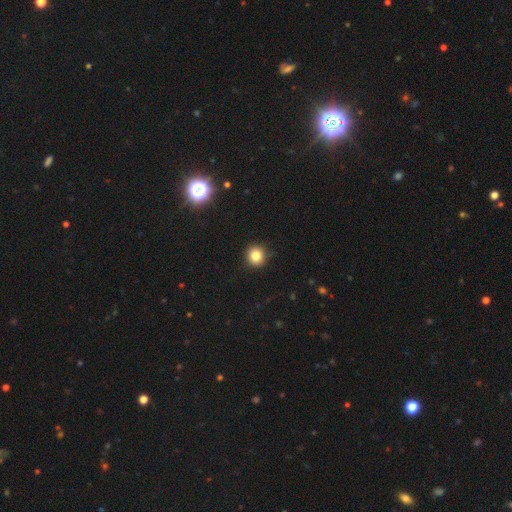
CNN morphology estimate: This is clearly a smooth galaxy (82%). How rounded: clearly round (92%). Merging: clearly none (91%).